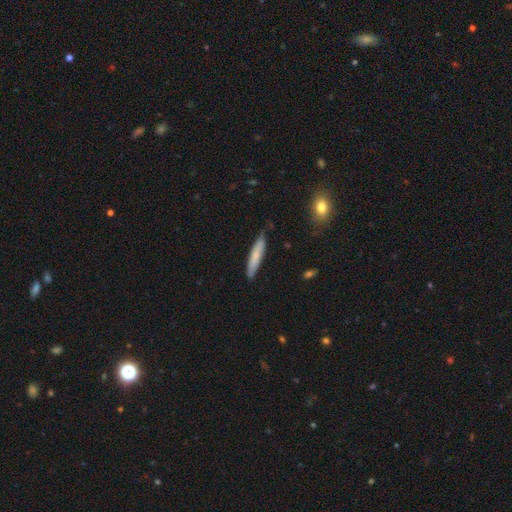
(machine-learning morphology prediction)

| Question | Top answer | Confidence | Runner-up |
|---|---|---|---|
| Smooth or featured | smooth | 73% | featured or disk (21%) |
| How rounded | cigar-shaped | 90% | in between (8%) |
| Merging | none | 82% | minor disturbance (15%) |